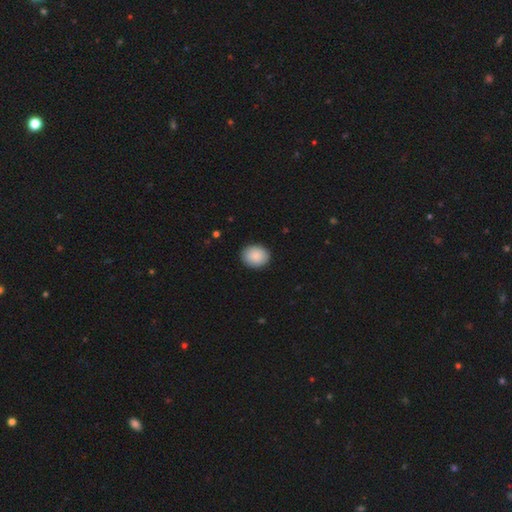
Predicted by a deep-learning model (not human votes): This appears to be a smooth galaxy with no disk features (89%) that is round (59%). Merging: none (90%).